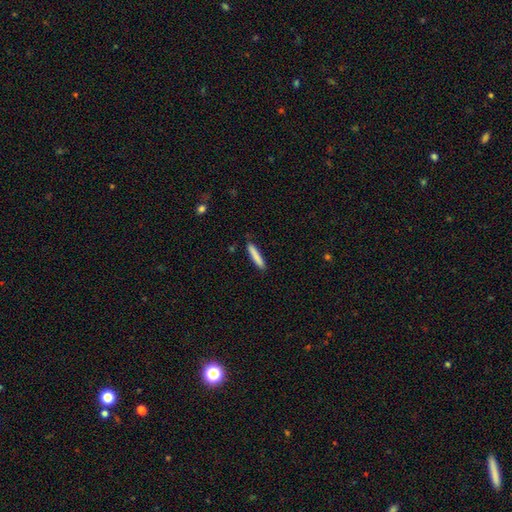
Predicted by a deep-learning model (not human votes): Smooth or featured?
  - smooth: 83% *
  - featured or disk: 11%
  - star or artifact: 6%
How rounded?
  - cigar-shaped: 92% *
  - in between: 7%
  - round: 1%
Merging?
  - none: 86% *
  - minor disturbance: 10%
  - major disturbance: 2%
  - merger: 2%